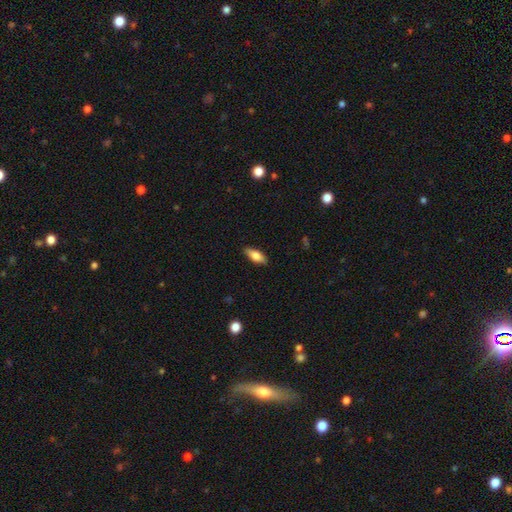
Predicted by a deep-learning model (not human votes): Morphology: type=smooth (78%); roundness=in between (76%); merging=none (87%).